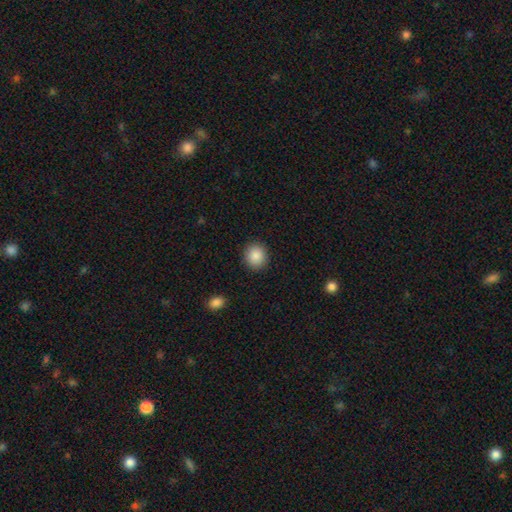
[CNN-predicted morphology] Q: Smooth or featured?
A: smooth (87%); runner-up: star or artifact (8%)
Q: How rounded?
A: round (86%); runner-up: in between (13%)
Q: Merging?
A: none (91%); runner-up: minor disturbance (6%)